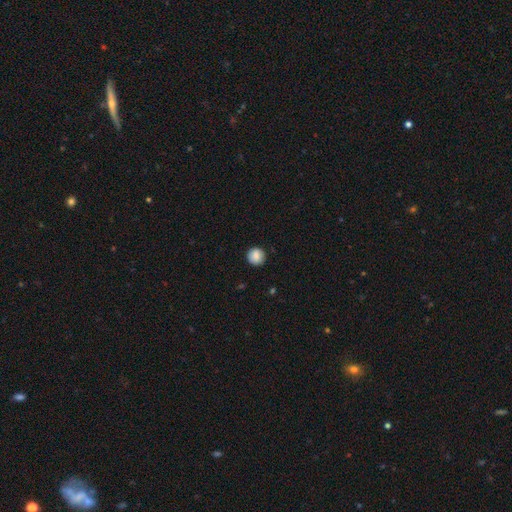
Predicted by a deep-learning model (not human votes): The model was most divided on "smooth or featured": smooth: 86%, star or artifact: 8%, featured or disk: 6%. More confident: how rounded — round (93%); merging — none (89%).